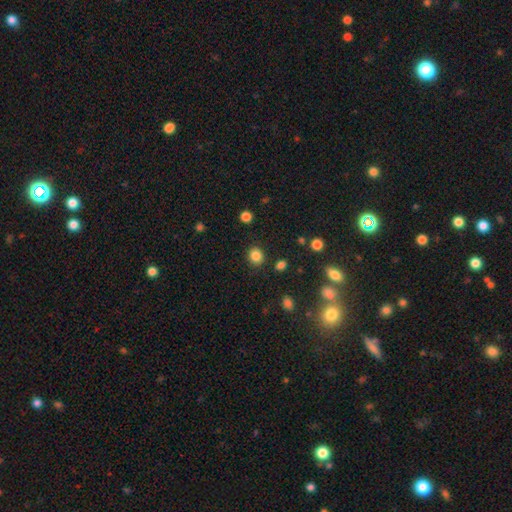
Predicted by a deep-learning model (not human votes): Smooth or featured: smooth — 84% (star or artifact — 11%)
How rounded: round — 76% (in between — 24%)
Merging: none — 87% (minor disturbance — 8%)